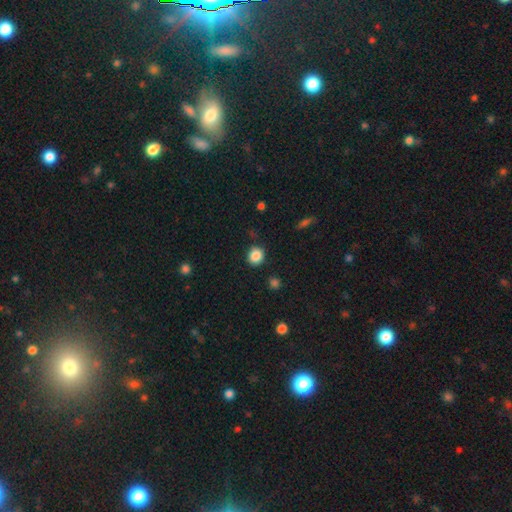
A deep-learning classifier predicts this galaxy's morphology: The model was most divided on "how rounded": round: 84%, in between: 15%, cigar-shaped: 1%. More confident: smooth or featured — smooth (86%); merging — none (85%).